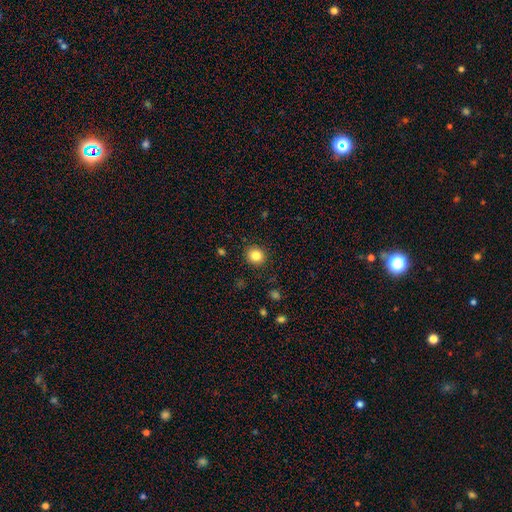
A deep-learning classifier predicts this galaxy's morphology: Q: Smooth or featured?
A: smooth (84%); runner-up: star or artifact (11%)
Q: How rounded?
A: round (85%); runner-up: in between (14%)
Q: Merging?
A: none (91%); runner-up: minor disturbance (6%)